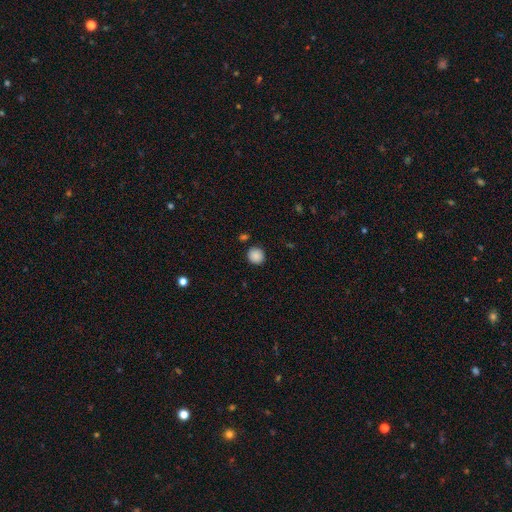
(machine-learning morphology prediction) A smooth galaxy with no disk features (88%) that is round (90%). Merging: none (88%).